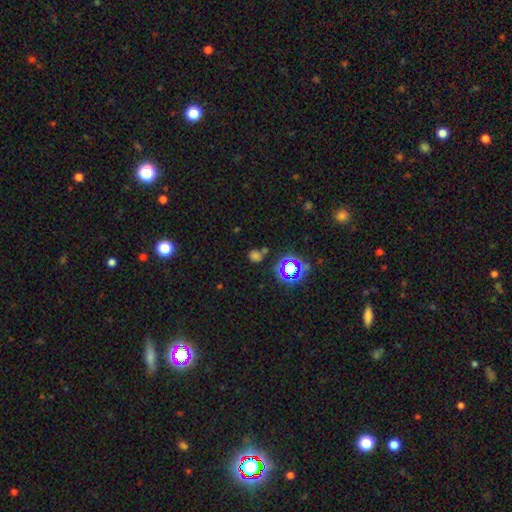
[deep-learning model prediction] Smooth or featured?
  - smooth: 49% *
  - star or artifact: 44%
  - featured or disk: 7%
Merging?
  - none: 71% *
  - merger: 12%
  - minor disturbance: 12%
  - major disturbance: 5%